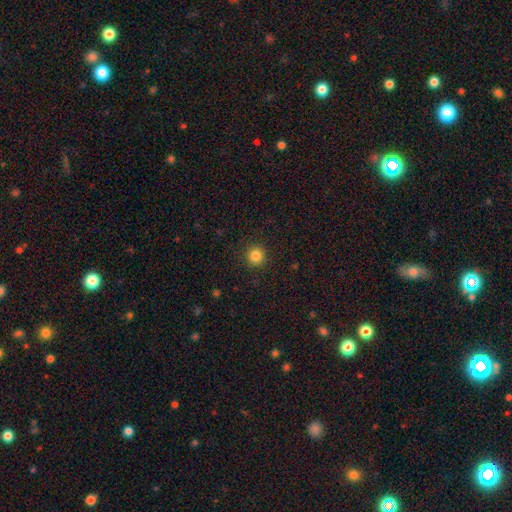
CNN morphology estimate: This is clearly a smooth galaxy (84%). How rounded: clearly round (94%). Merging: clearly none (91%).